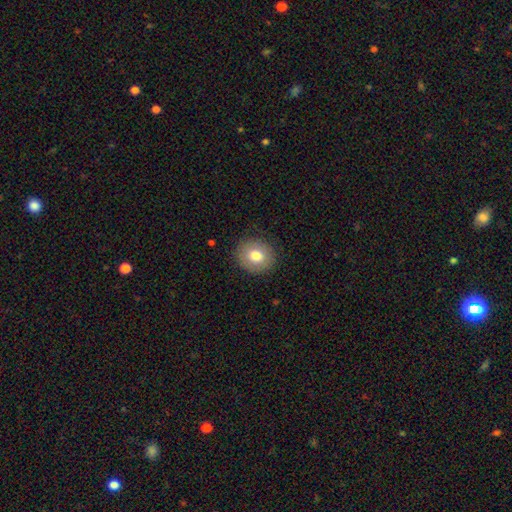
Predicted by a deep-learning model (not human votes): Overall: smooth (78%). How rounded: round (80%). Merging: none (88%).